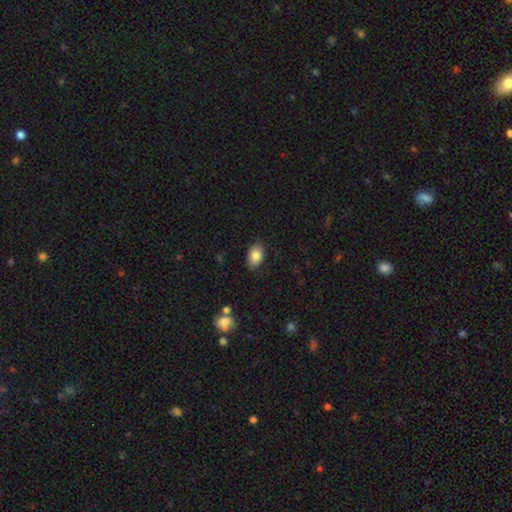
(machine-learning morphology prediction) Smooth or featured? Predicted: smooth (p=0.86). How rounded? Predicted: in between (p=0.85). Merging? Predicted: none (p=0.81).